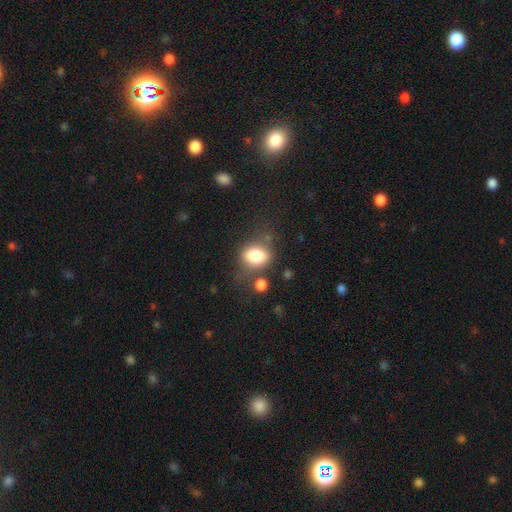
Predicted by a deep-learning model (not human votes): A smooth galaxy with no disk features (81%) that is in between round and cigar-shaped (62%). Merging: none (60%).